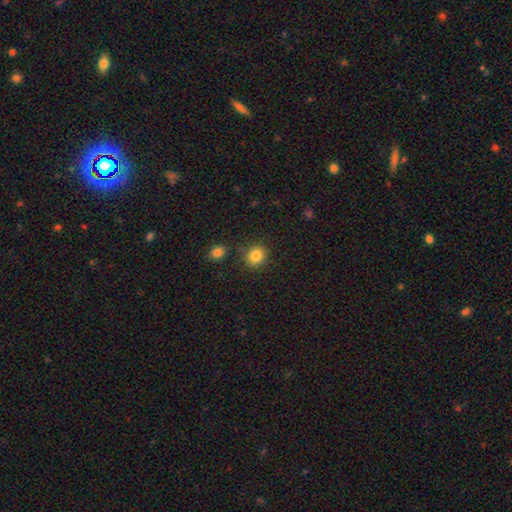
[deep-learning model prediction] A smooth galaxy with no disk features (84%) that is round (79%).

Vote fractions:
- Smooth or featured? smooth: 84% / star or artifact: 10% / featured or disk: 6%
- How rounded? round: 79% / in between: 20% / cigar-shaped: 1%
- Merging? none: 82% / minor disturbance: 10% / merger: 5% / major disturbance: 3%